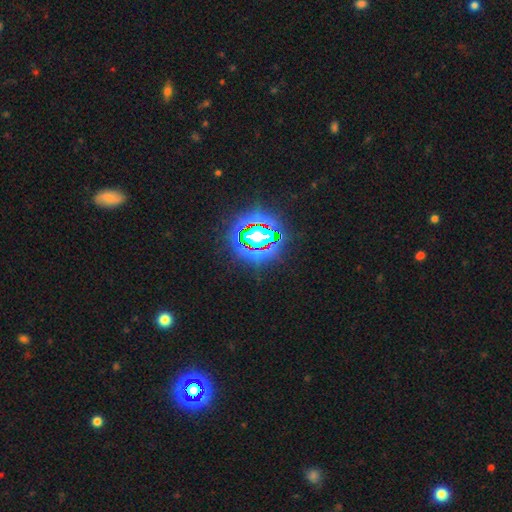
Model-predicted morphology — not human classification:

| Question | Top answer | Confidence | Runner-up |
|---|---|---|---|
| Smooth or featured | star or artifact | 81% | smooth (11%) |